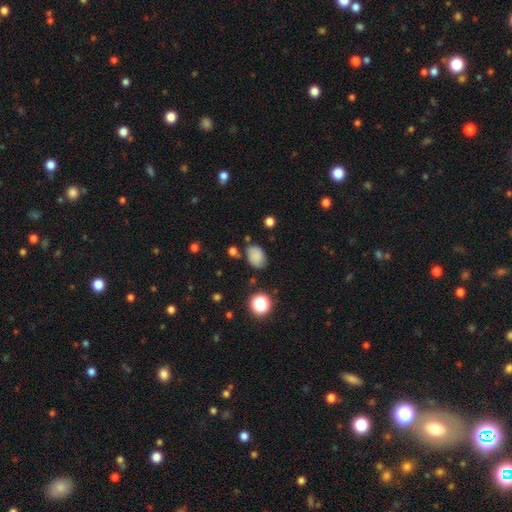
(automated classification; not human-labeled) Smooth or featured? smooth (80%)
How rounded? in between (73%)
Merging? none (73%)